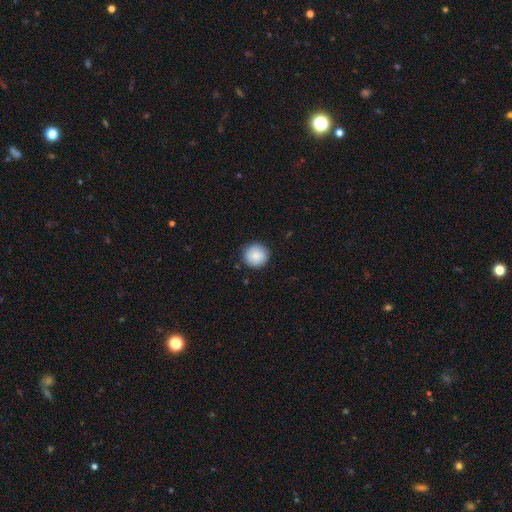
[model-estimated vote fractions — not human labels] The model was most divided on "smooth or featured": smooth: 87%, star or artifact: 7%, featured or disk: 6%. More confident: how rounded — round (95%); merging — none (90%).